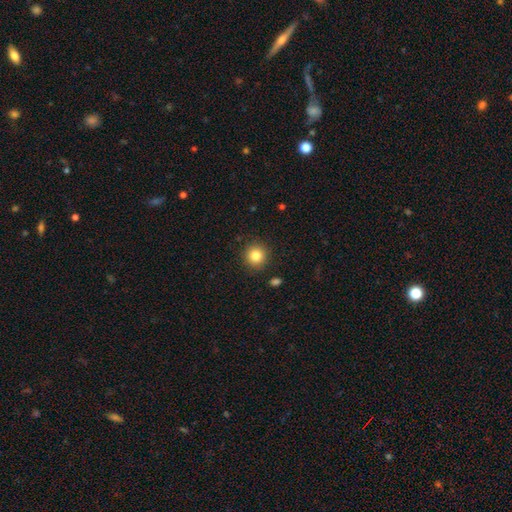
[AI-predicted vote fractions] smooth_or_featured: smooth (p=0.83) [alt: star or artifact p=0.11]
how_rounded: round (p=0.93) [alt: in between p=0.07]
merging: none (p=0.90) [alt: minor disturbance p=0.06]